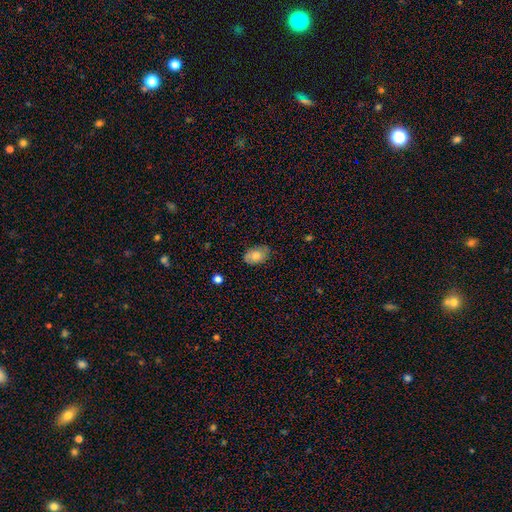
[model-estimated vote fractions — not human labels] smooth_or_featured: smooth (p=0.77) [alt: featured or disk p=0.15]
how_rounded: in between (p=0.86) [alt: round p=0.13]
merging: none (p=0.74) [alt: minor disturbance p=0.21]